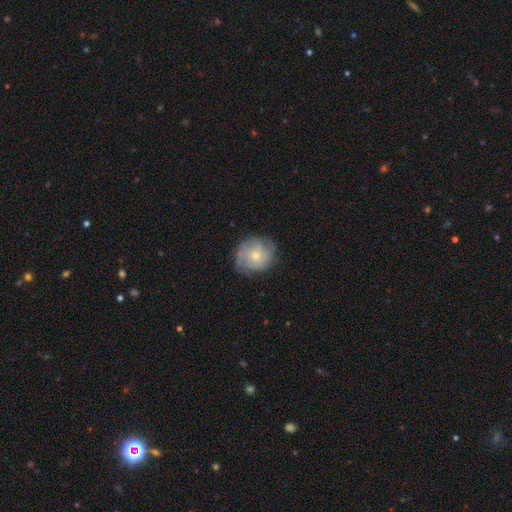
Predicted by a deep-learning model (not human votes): A featured or disk galaxy (62%) with no bar (81%), tight (54%) spiral arms (87%) and a small central bulge (49%).

Vote fractions:
- Smooth or featured? featured or disk: 62% / smooth: 31% / star or artifact: 7%
- Edge-on disk? no: 98% / yes: 2%
- Bar? no: 81% / weak: 17% / strong: 2%
- Spiral arms? yes: 87% / no: 13%
- Spiral winding? tight: 54% / medium: 34% / loose: 12%
- Spiral arm count? can't tell: 36% / 3: 24% / 2: 15% / 4: 14% / more than 4: 6% / 1: 6%
- Bulge size? small: 49% / moderate: 47% / large: 2% / none: 2% / dominant: 1%
- Merging? none: 74% / minor disturbance: 19% / major disturbance: 6% / merger: 1%